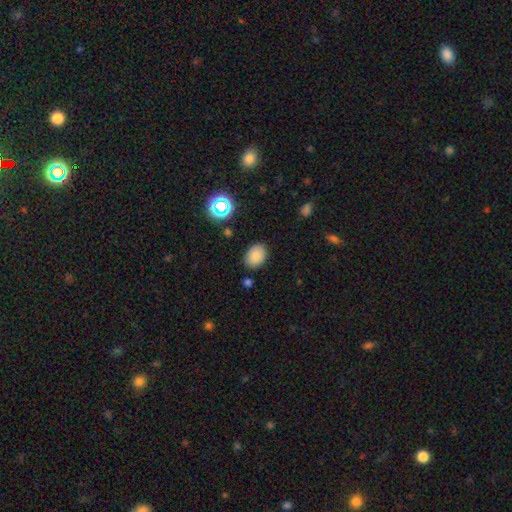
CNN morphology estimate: This is clearly a smooth galaxy (82%). How rounded: likely in between (74%). Merging: clearly none (82%).